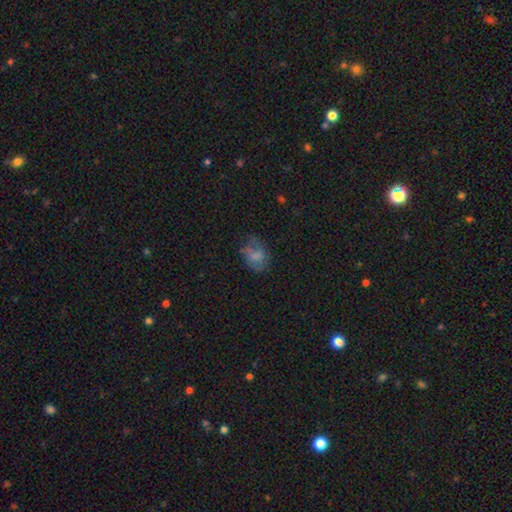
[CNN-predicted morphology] Smooth or featured? Predicted: smooth (p=0.62). How rounded? Predicted: in between (p=0.71). Merging? Predicted: none (p=0.47).